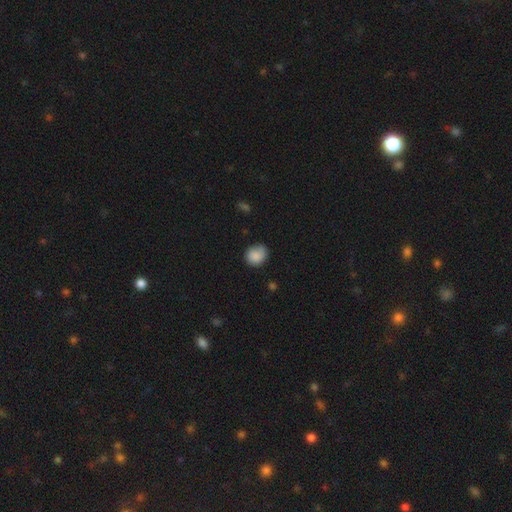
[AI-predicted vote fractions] Smooth or featured?
  - smooth: 86% *
  - star or artifact: 8%
  - featured or disk: 6%
How rounded?
  - round: 69% *
  - in between: 30%
  - cigar-shaped: 1%
Merging?
  - none: 68% *
  - minor disturbance: 25%
  - major disturbance: 5%
  - merger: 2%